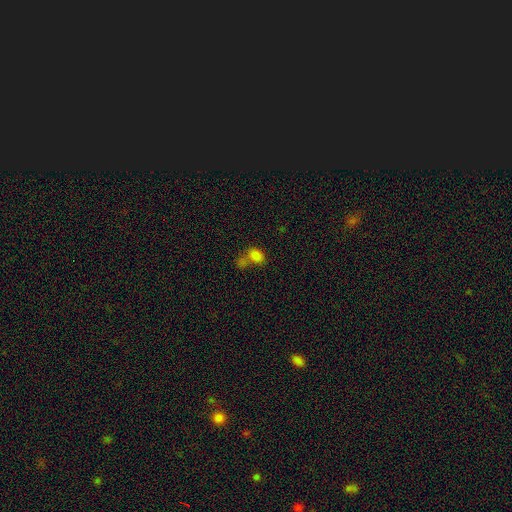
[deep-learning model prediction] smooth_or_featured: smooth (p=0.81) [alt: star or artifact p=0.12]
how_rounded: in between (p=0.74) [alt: round p=0.24]
merging: merger (p=0.48) [alt: none p=0.35]